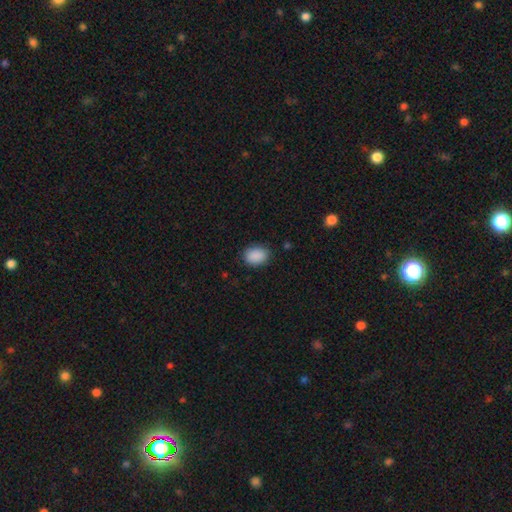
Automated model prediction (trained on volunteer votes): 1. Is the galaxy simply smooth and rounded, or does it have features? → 89% smooth, 8% star or artifact, 3% featured or disk.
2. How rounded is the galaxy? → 75% in between, 24% round, 1% cigar-shaped.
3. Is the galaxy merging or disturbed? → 83% none, 13% minor disturbance, 3% major disturbance, 1% merger.